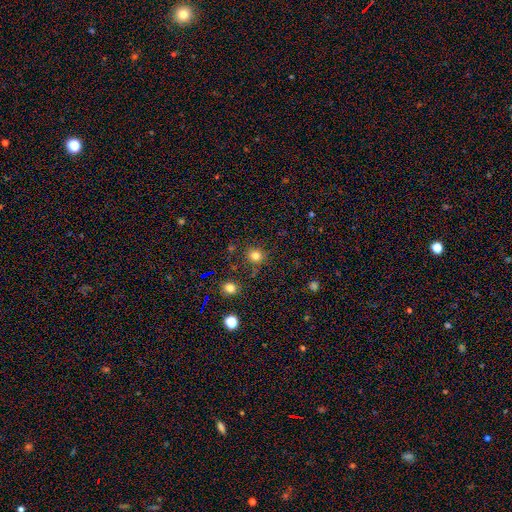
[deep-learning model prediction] Q: Smooth or featured?
A: smooth (80%); runner-up: star or artifact (15%)
Q: How rounded?
A: round (86%); runner-up: in between (13%)
Q: Merging?
A: none (82%); runner-up: minor disturbance (10%)